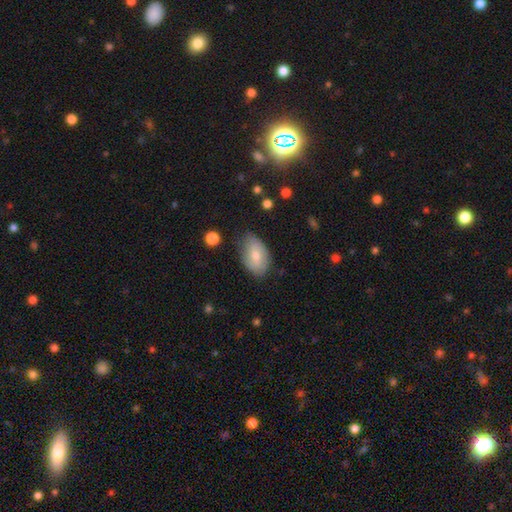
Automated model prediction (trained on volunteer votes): A smooth galaxy with no disk features (72%) that is in between round and cigar-shaped (91%).

Vote fractions:
- Smooth or featured? smooth: 72% / featured or disk: 22% / star or artifact: 6%
- How rounded? in between: 91% / round: 7% / cigar-shaped: 2%
- Merging? none: 64% / minor disturbance: 28% / major disturbance: 6% / merger: 2%